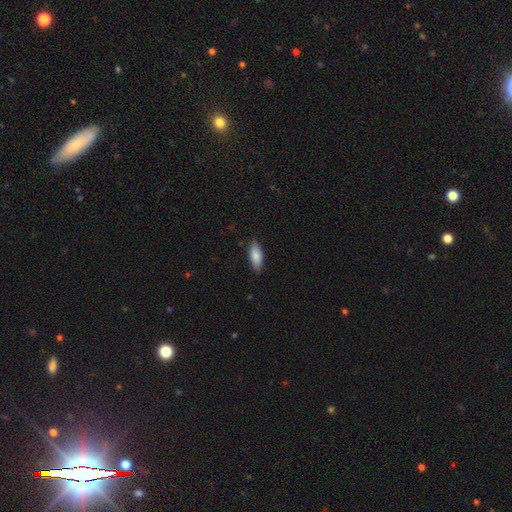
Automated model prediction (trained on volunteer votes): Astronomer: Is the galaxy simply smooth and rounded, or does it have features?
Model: smooth — 83%.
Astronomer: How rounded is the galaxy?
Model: in between — 76%.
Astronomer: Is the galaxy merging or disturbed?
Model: none — 84%.